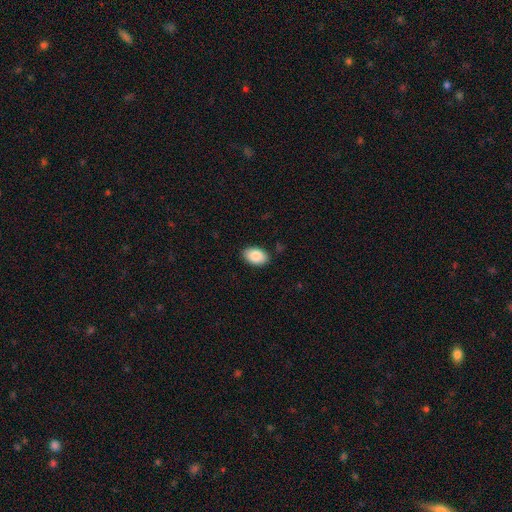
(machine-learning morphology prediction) A smooth galaxy with no disk features (88%) that is in between round and cigar-shaped (91%). Merging: none (88%).